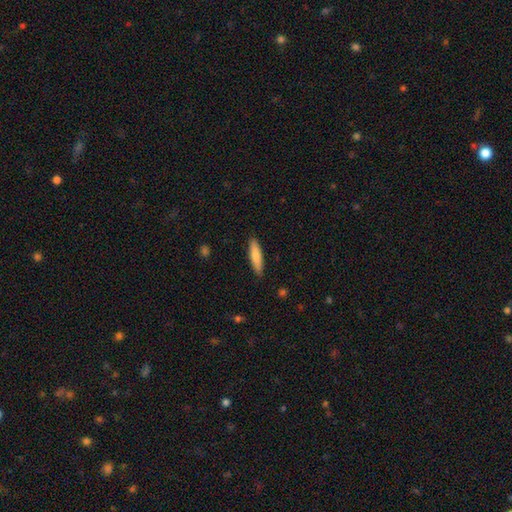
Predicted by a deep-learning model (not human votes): Smooth or featured: smooth — 78% (featured or disk — 17%)
How rounded: cigar-shaped — 75% (in between — 23%)
Merging: none — 89% (minor disturbance — 8%)